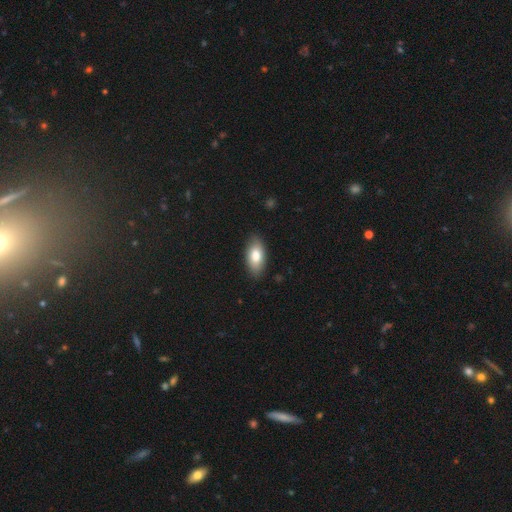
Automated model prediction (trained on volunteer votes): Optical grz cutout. It shows a smooth galaxy with no disk features (80%) that is in between round and cigar-shaped (91%). Merging: none (86%).